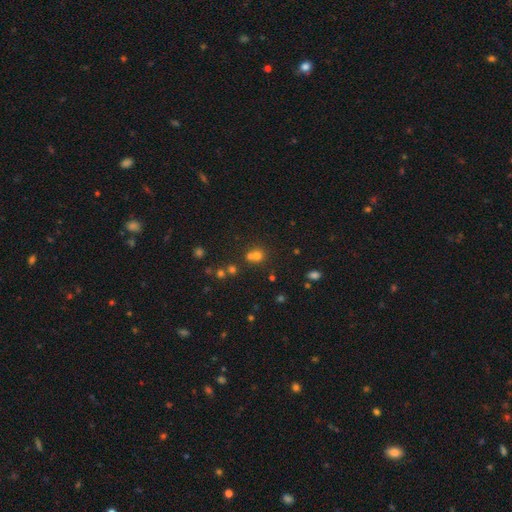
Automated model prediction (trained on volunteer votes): This appears to be a smooth galaxy with no disk features (59%) that is round (83%). Merging: none (49%).